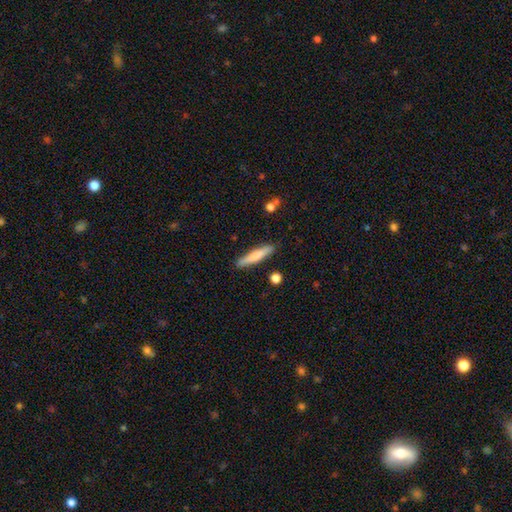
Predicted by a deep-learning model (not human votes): The model was most divided on "smooth or featured": smooth: 71%, featured or disk: 23%, star or artifact: 6%. More confident: how rounded — cigar-shaped (90%); merging — none (87%).